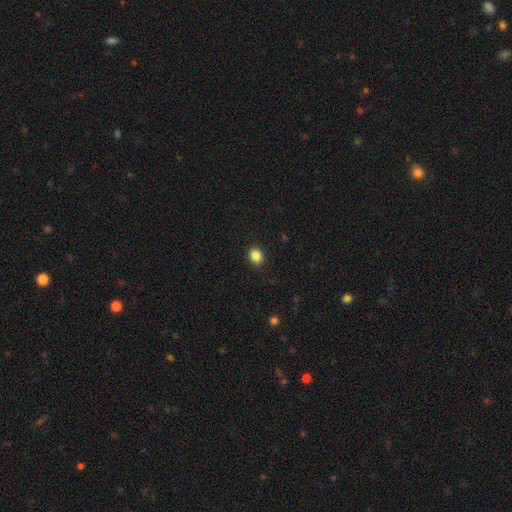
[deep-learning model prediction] A smooth galaxy with no disk features (86%) that is round (69%). Merging: none (92%).